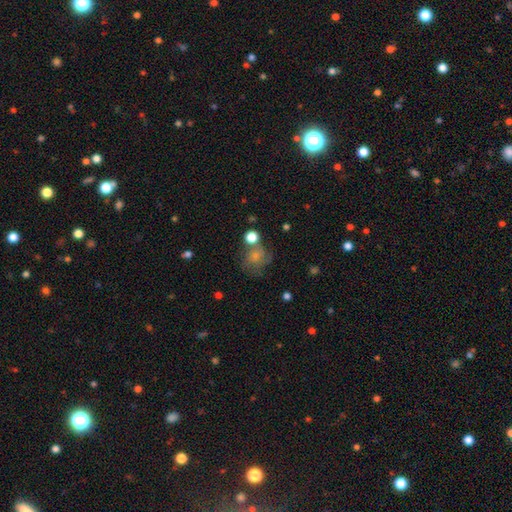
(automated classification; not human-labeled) smooth-or-featured: smooth: 62% | featured or disk: 27% | star or artifact: 12%
  how-rounded: round: 73% | in between: 26% | cigar-shaped: 1%
  merging: none: 47% | minor disturbance: 21% | major disturbance: 17% | merger: 16%